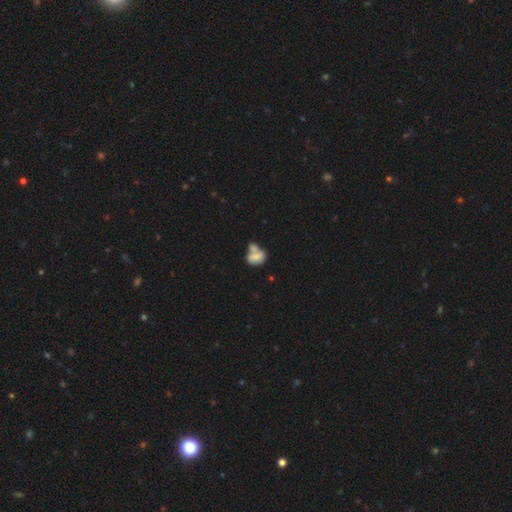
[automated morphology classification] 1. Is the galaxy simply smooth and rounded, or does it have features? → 69% smooth, 23% featured or disk, 9% star or artifact.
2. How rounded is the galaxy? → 65% in between, 34% round, 2% cigar-shaped.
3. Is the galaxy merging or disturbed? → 59% merger, 21% none, 13% minor disturbance, 7% major disturbance.